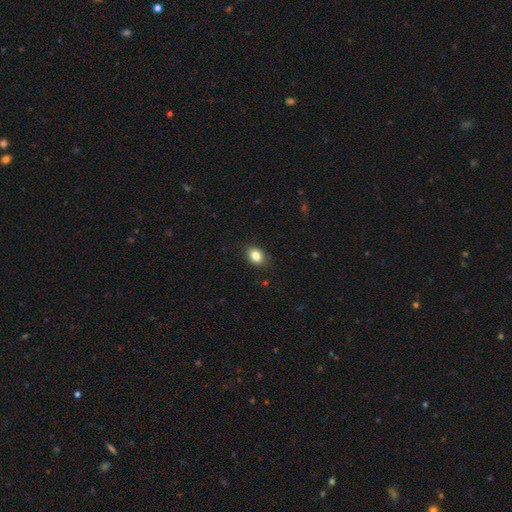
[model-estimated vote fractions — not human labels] Smooth or featured: smooth — 84% (star or artifact — 10%)
How rounded: in between — 70% (round — 29%)
Merging: none — 88% (minor disturbance — 9%)